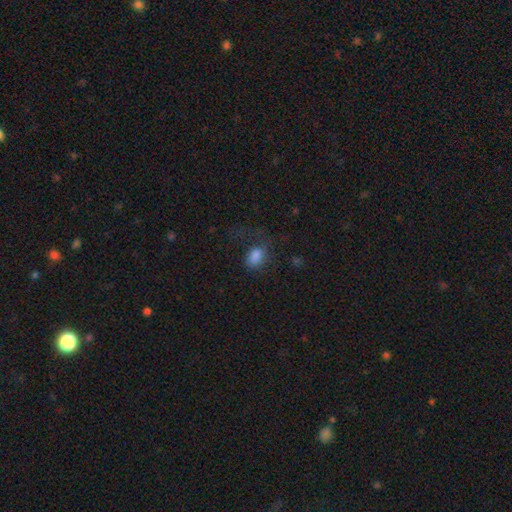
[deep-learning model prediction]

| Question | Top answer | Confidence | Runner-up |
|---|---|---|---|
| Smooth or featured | smooth | 80% | star or artifact (10%) |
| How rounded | in between | 81% | round (17%) |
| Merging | none | 43% | major disturbance (33%) |